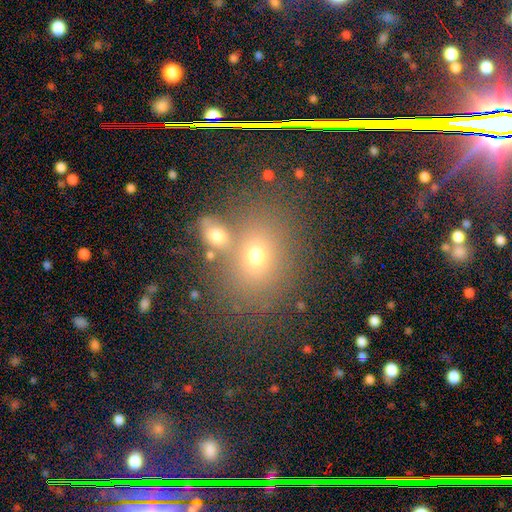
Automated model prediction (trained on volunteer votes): A smooth galaxy with no disk features (56%) that is in between round and cigar-shaped (52%).

Vote fractions:
- Smooth or featured? smooth: 56% / star or artifact: 30% / featured or disk: 14%
- How rounded? in between: 52% / round: 46% / cigar-shaped: 2%
- Merging? none: 60% / merger: 25% / minor disturbance: 10% / major disturbance: 5%